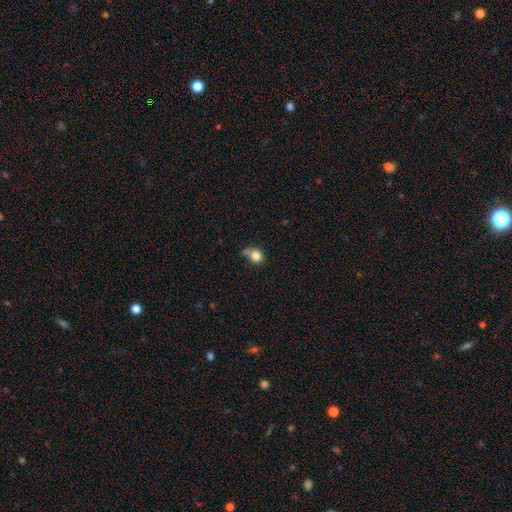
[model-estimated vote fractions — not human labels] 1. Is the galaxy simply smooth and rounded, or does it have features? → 80% smooth, 10% star or artifact, 9% featured or disk.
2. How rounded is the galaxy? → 76% round, 23% in between, 1% cigar-shaped.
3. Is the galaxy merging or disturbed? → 46% none, 28% minor disturbance, 15% major disturbance, 12% merger.